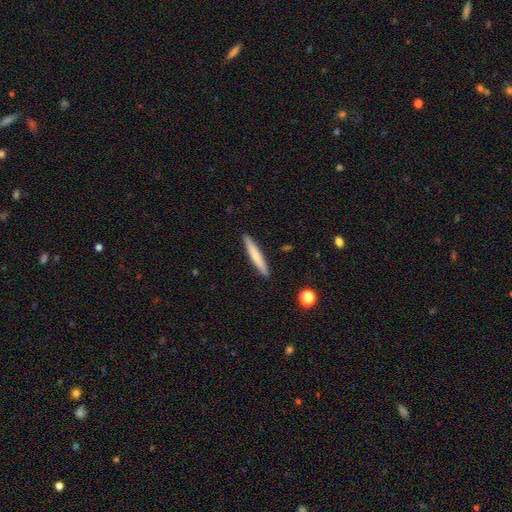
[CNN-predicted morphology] Smooth or featured: smooth — 70% (featured or disk — 25%)
How rounded: cigar-shaped — 95% (in between — 4%)
Merging: none — 91% (minor disturbance — 6%)